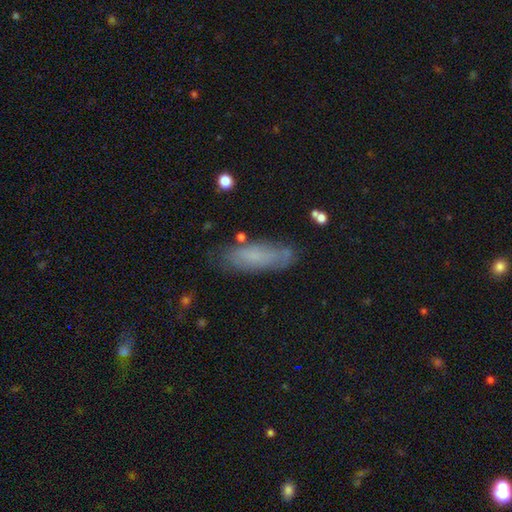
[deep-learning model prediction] The model was most divided on "how rounded": in between: 50%, cigar-shaped: 48%, round: 2%. More confident: merging — none (73%); smooth or featured — smooth (66%).